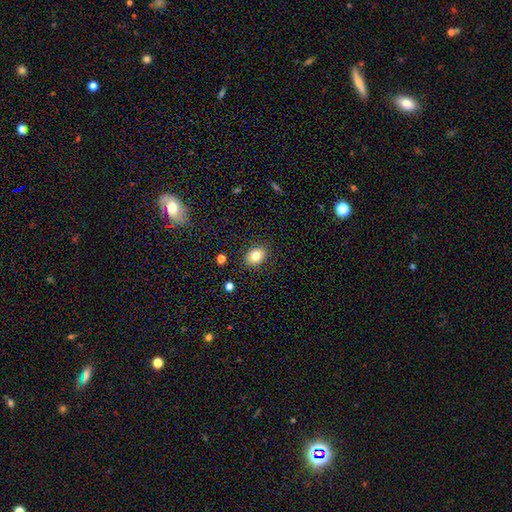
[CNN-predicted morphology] This is clearly a smooth galaxy (81%). How rounded: likely in between (66%). Merging: clearly none (87%).